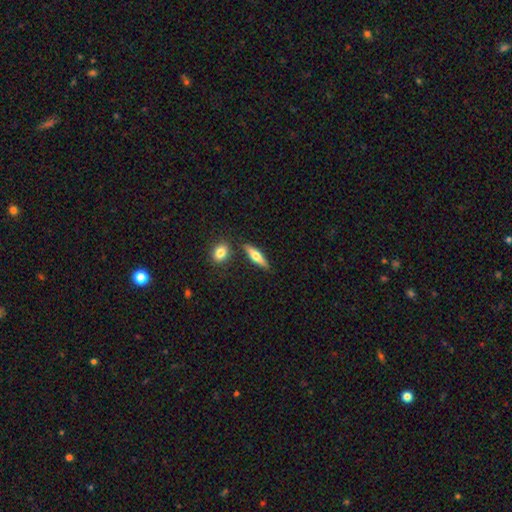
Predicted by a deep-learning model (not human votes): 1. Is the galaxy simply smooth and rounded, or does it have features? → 57% smooth, 38% featured or disk, 6% star or artifact.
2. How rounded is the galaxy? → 62% cigar-shaped, 35% in between, 3% round.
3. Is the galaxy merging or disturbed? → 81% none, 9% minor disturbance, 7% merger, 3% major disturbance.